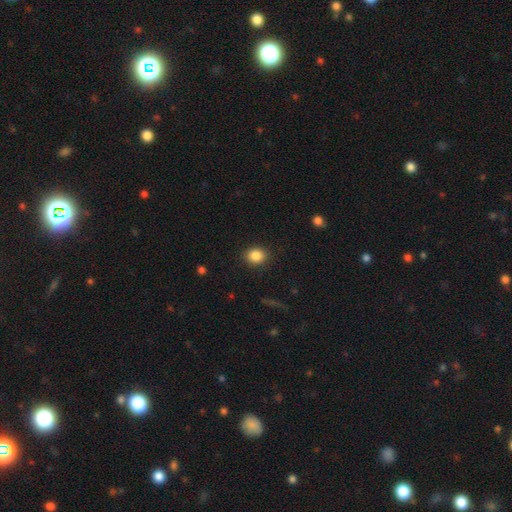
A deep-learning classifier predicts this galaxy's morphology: type=smooth (86%); roundness=round (66%); merging=none (89%).